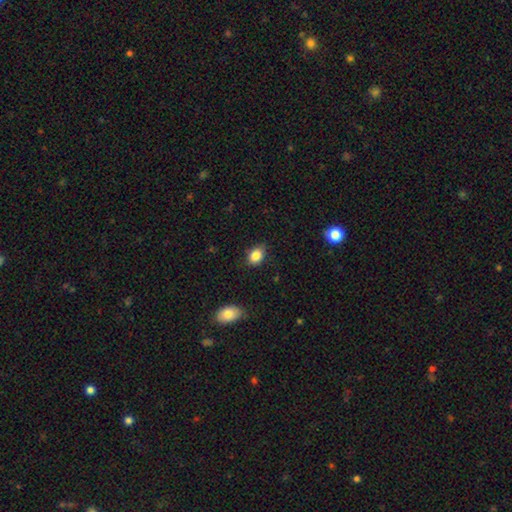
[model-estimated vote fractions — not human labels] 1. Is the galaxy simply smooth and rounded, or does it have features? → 85% smooth, 9% star or artifact, 5% featured or disk.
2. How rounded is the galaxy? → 73% in between, 26% round, 1% cigar-shaped.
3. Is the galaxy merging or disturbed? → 79% none, 17% minor disturbance, 3% major disturbance, 1% merger.